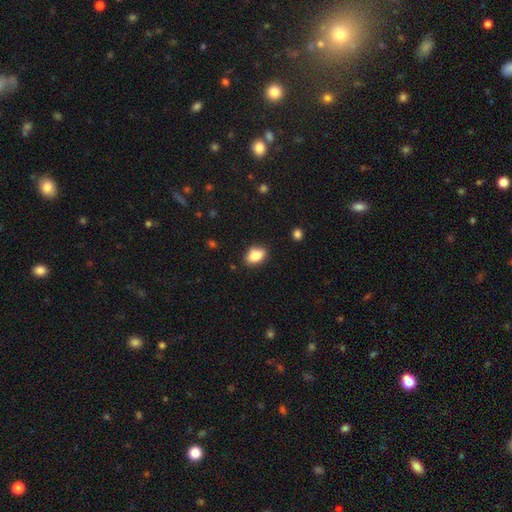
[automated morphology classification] Smooth or featured? Predicted: smooth (p=0.85). How rounded? Predicted: in between (p=0.82). Merging? Predicted: none (p=0.85).